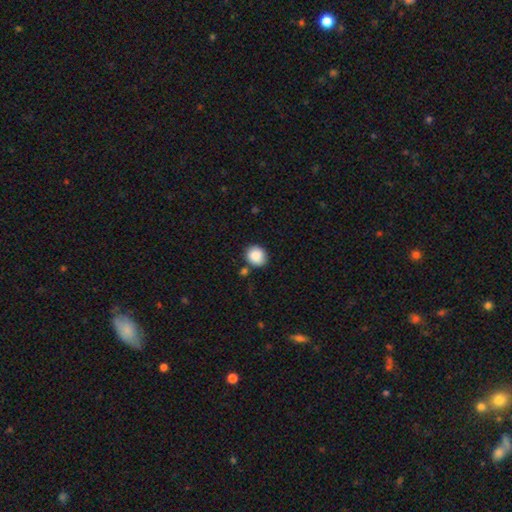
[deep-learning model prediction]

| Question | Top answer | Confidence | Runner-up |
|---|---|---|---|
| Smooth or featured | smooth | 88% | star or artifact (8%) |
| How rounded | round | 79% | in between (20%) |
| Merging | none | 77% | minor disturbance (13%) |